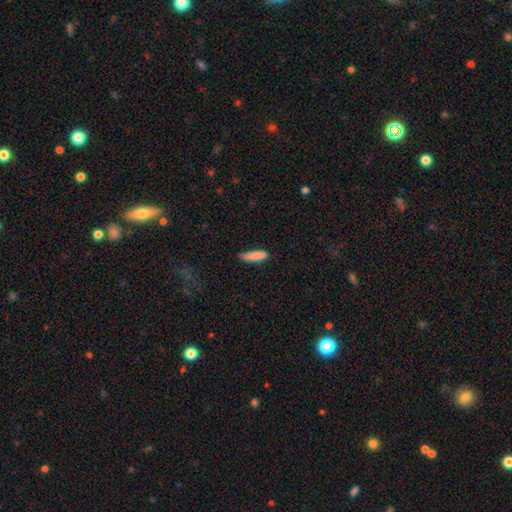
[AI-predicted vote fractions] This is clearly a smooth galaxy (87%). How rounded: likely cigar-shaped (72%). Merging: likely none (74%).